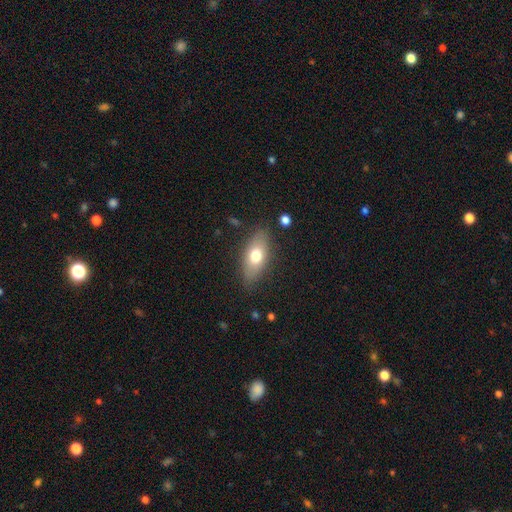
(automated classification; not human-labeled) smooth-or-featured: smooth: 67% | featured or disk: 25% | star or artifact: 8%
  how-rounded: in between: 81% | cigar-shaped: 13% | round: 6%
  merging: none: 81% | minor disturbance: 13% | major disturbance: 4% | merger: 2%